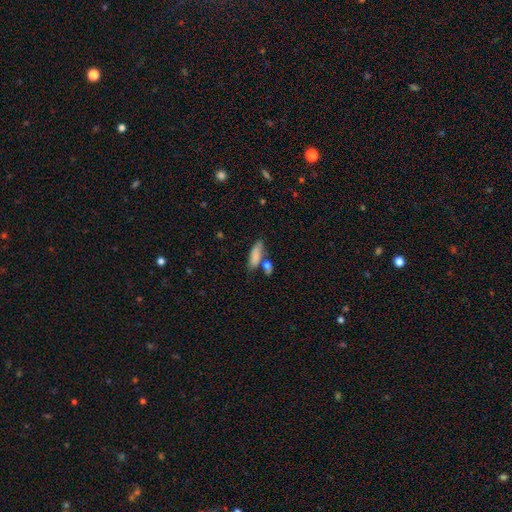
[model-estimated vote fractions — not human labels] smooth 83%, featured or disk 10%, star or artifact 7%. Down the decision tree: how rounded — in between (62%); merging — none (58%).